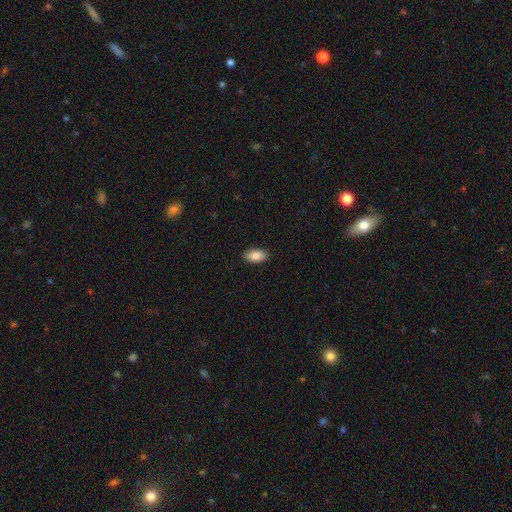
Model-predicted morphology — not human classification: A smooth galaxy with no disk features (87%) that is in between round and cigar-shaped (94%). Merging: none (90%).